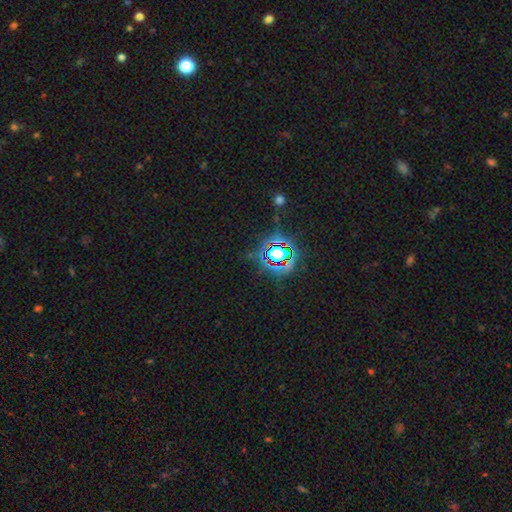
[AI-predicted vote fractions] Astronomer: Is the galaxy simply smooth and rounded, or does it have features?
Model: star or artifact — 80%.